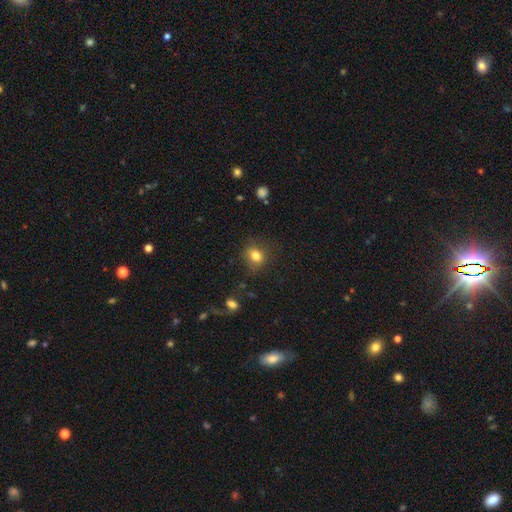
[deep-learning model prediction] This is clearly a smooth galaxy (81%). How rounded: likely round (60%). Merging: likely none (79%).